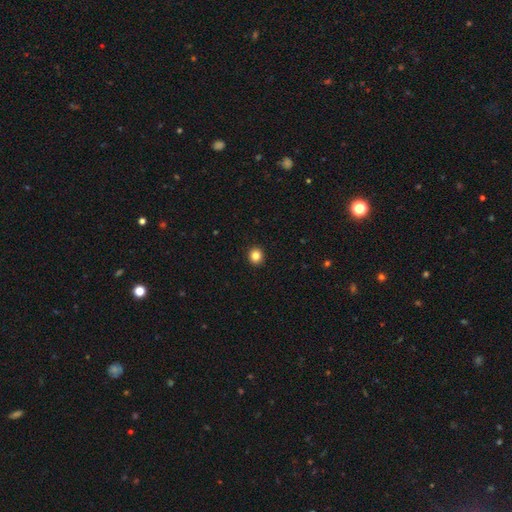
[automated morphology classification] This appears to be a smooth galaxy with no disk features (84%) that is round (84%). Merging: none (93%).